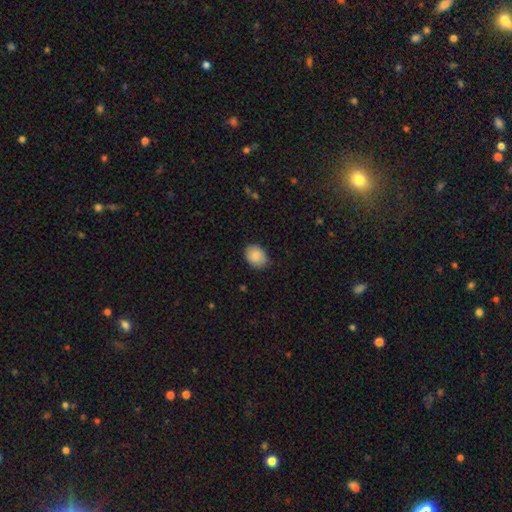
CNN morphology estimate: Overall: smooth (88%). How rounded: in between (68%; round 31%). Merging: none (83%).